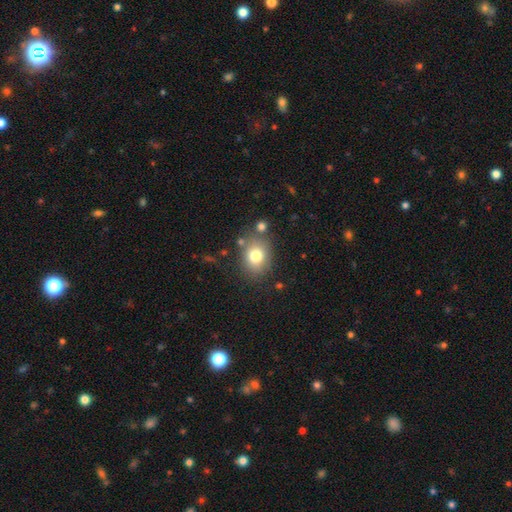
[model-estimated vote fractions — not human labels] Smooth or featured: smooth — 77% (featured or disk — 12%)
How rounded: round — 52% (in between — 47%)
Merging: none — 74% (minor disturbance — 14%)